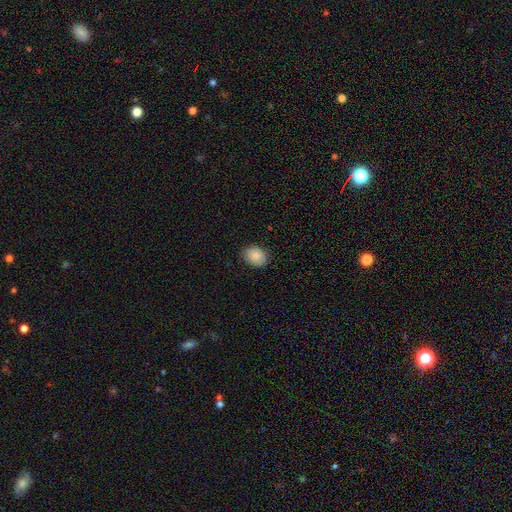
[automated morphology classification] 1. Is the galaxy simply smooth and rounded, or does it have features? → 88% smooth, 7% star or artifact, 5% featured or disk.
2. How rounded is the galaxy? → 63% in between, 37% round, 1% cigar-shaped.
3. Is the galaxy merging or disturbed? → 84% none, 13% minor disturbance, 2% major disturbance, 1% merger.